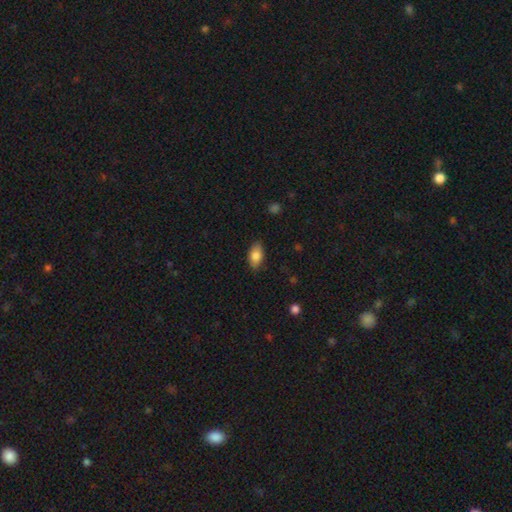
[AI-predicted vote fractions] Q: Smooth or featured?
A: smooth (82%); runner-up: featured or disk (11%)
Q: How rounded?
A: in between (92%); runner-up: round (5%)
Q: Merging?
A: none (86%); runner-up: minor disturbance (11%)